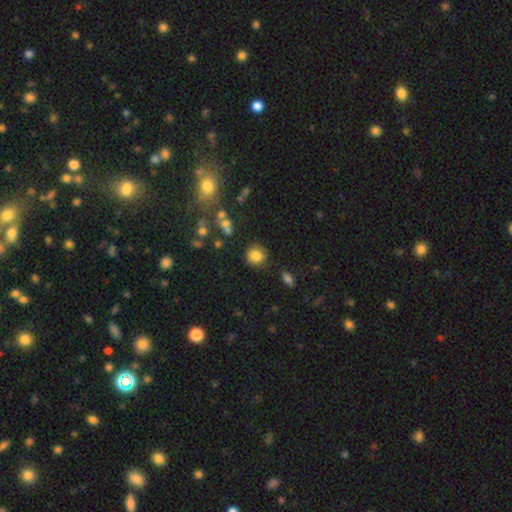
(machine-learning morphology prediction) Smooth or featured: smooth — 83% (star or artifact — 10%)
How rounded: round — 85% (in between — 14%)
Merging: none — 77% (minor disturbance — 15%)